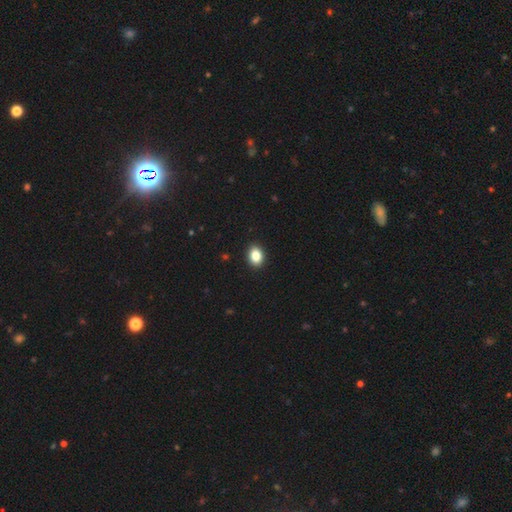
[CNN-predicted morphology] The model was most divided on "how rounded": in between: 70%, round: 29%, cigar-shaped: 1%. More confident: merging — none (92%); smooth or featured — smooth (86%).